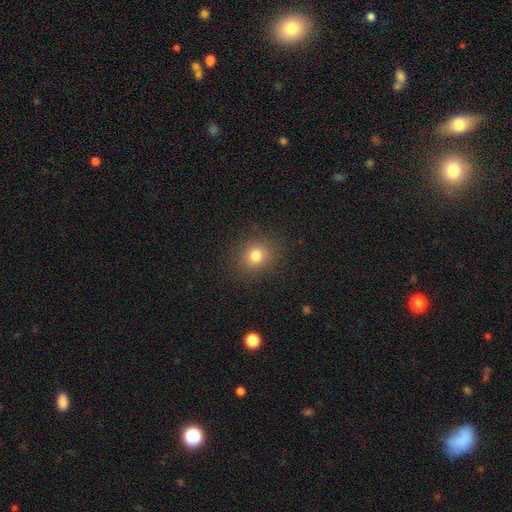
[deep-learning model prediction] This is likely a smooth galaxy (79%). How rounded: likely round (75%). Merging: clearly none (87%).